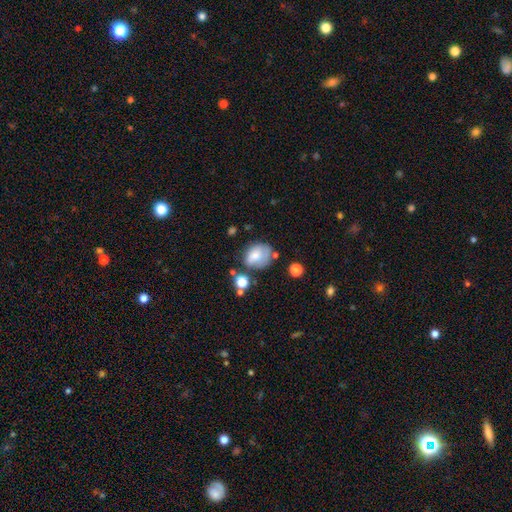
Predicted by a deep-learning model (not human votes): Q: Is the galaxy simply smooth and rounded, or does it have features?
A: smooth — 70%.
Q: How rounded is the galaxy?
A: round — 51%.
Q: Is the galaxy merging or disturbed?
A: none — 46%.